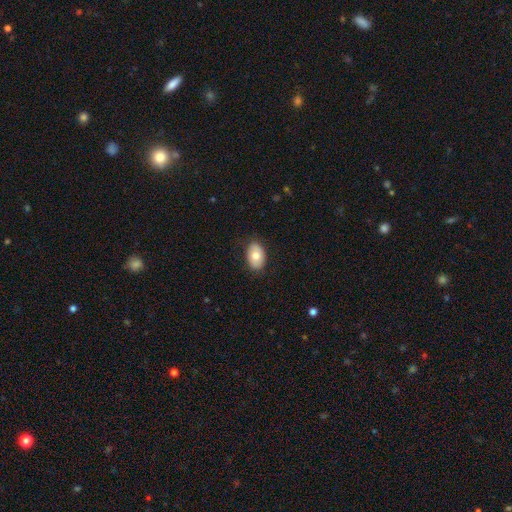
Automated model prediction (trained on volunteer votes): A smooth galaxy with no disk features (76%) that is in between round and cigar-shaped (88%).

Vote fractions:
- Smooth or featured? smooth: 76% / featured or disk: 17% / star or artifact: 7%
- How rounded? in between: 88% / round: 11% / cigar-shaped: 1%
- Merging? none: 84% / minor disturbance: 12% / major disturbance: 3% / merger: 1%